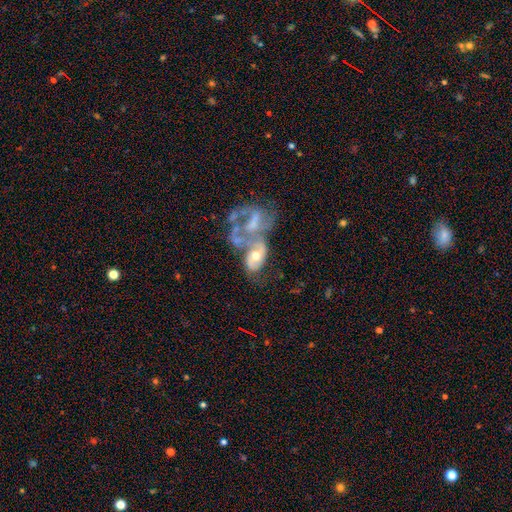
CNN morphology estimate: Overall: featured or disk (65%; smooth 27%). Edge-on disk: no (96%). Bar: no (73%). Spiral arms: yes (51%; no 49%). Bulge size: moderate (67%). Merging: merger (59%; major disturbance 21%).